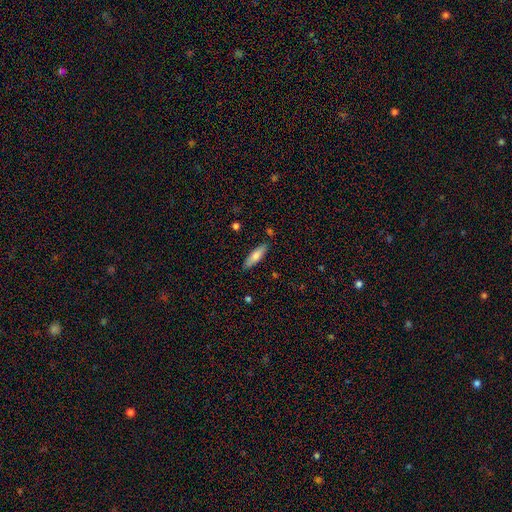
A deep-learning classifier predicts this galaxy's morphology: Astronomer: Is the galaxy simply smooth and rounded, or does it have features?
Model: smooth — 77%.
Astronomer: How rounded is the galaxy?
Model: cigar-shaped — 53% (runner-up: in between, 45%).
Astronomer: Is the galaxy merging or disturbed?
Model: none — 84%.